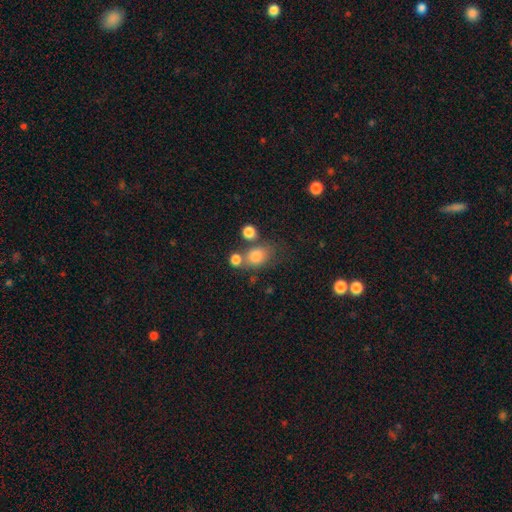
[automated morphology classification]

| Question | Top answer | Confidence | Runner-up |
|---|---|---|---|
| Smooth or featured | smooth | 79% | star or artifact (12%) |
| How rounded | in between | 55% | round (43%) |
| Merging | none | 48% | merger (25%) |